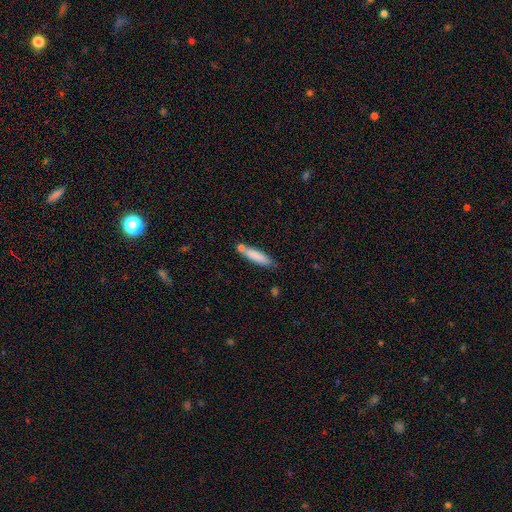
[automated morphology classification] Smooth or featured? Predicted: smooth (p=0.82). How rounded? Predicted: cigar-shaped (p=0.79). Merging? Predicted: none (p=0.66).